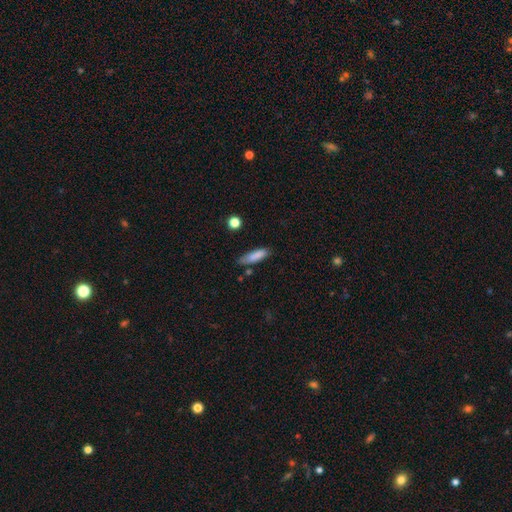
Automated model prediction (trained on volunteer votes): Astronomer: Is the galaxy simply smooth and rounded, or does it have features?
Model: smooth — 84%.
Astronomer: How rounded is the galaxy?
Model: cigar-shaped — 61% (runner-up: in between, 37%).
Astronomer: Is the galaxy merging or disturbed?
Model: none — 69%.